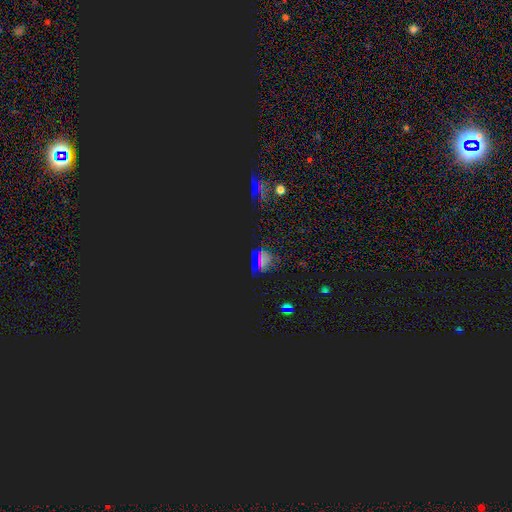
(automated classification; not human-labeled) Smooth or featured? star or artifact (67%)